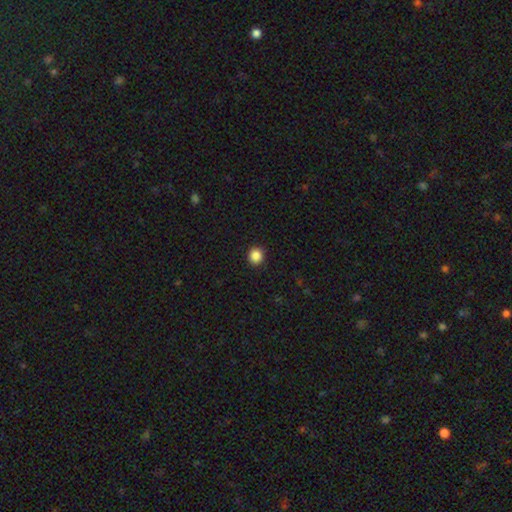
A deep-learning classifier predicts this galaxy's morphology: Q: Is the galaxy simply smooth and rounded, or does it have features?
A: smooth — 87%.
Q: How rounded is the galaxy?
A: round — 90%.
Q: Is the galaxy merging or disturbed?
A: none — 92%.